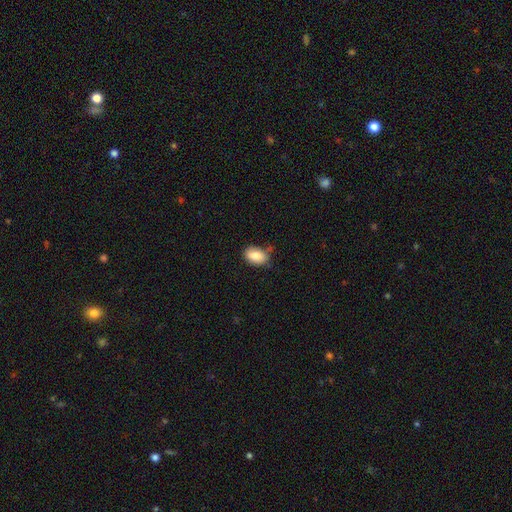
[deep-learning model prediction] Smooth or featured? Predicted: smooth (p=0.86). How rounded? Predicted: in between (p=0.87). Merging? Predicted: none (p=0.66).